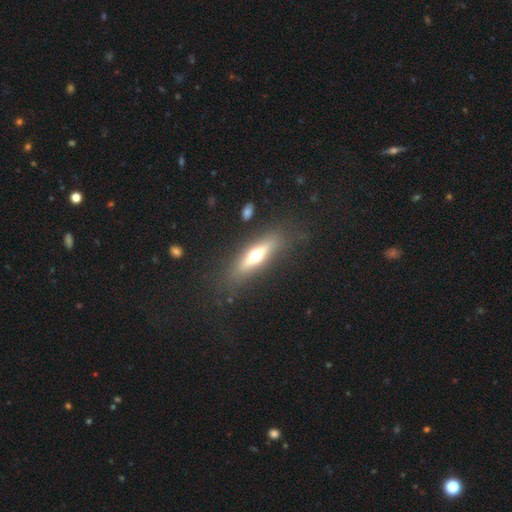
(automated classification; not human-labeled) This appears to be a featured or disk galaxy (53%) viewed edge-on (84%). Merging: none (81%).